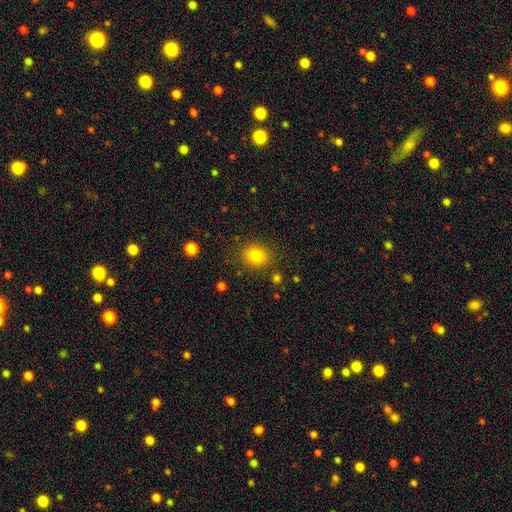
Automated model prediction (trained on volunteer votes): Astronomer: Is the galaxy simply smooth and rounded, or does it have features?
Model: smooth — 81%.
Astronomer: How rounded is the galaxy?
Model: round — 69%.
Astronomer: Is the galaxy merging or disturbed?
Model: none — 86%.